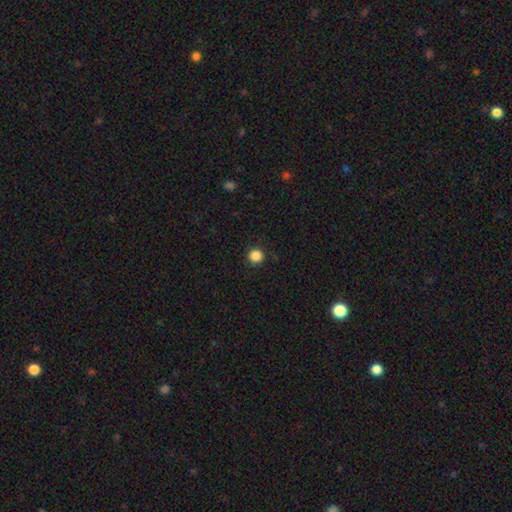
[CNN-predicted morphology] A smooth galaxy with no disk features (86%) that is round (96%).

Vote fractions:
- Smooth or featured? smooth: 86% / star or artifact: 11% / featured or disk: 3%
- How rounded? round: 96% / in between: 3% / cigar-shaped: 1%
- Merging? none: 91% / minor disturbance: 6% / major disturbance: 2% / merger: 1%